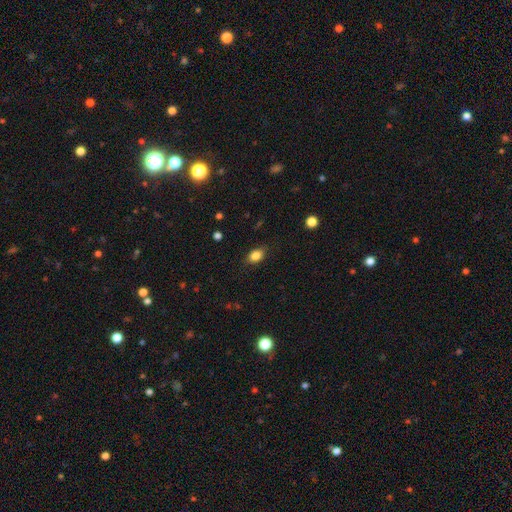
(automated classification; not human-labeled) smooth 84%, star or artifact 9%, featured or disk 7%. Down the decision tree: how rounded — in between (75%); merging — none (82%).